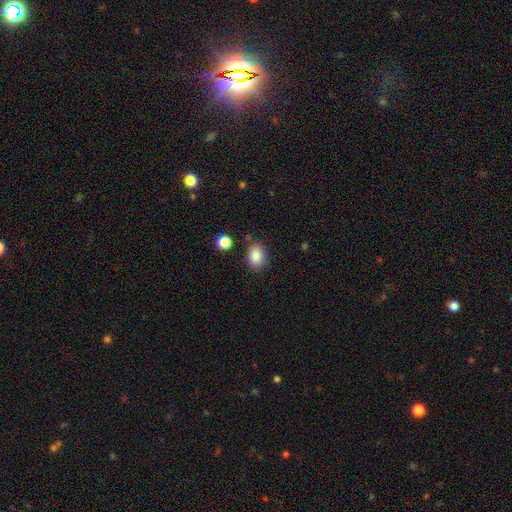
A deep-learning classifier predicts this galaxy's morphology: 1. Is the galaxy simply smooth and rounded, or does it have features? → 87% smooth, 9% star or artifact, 4% featured or disk.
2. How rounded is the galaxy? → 69% in between, 30% round, 1% cigar-shaped.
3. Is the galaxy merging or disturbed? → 79% none, 14% minor disturbance, 4% merger, 4% major disturbance.